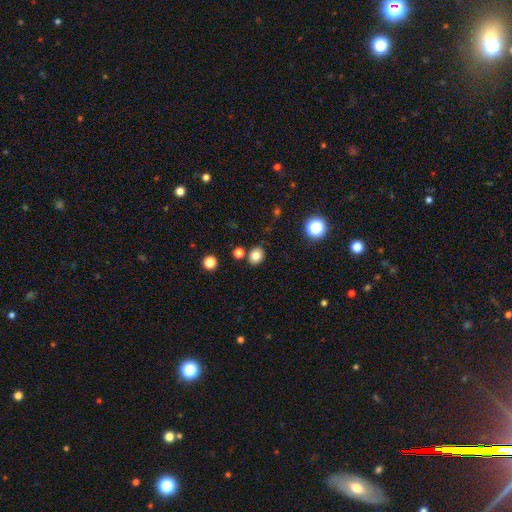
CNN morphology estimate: type=smooth (81%); roundness=round (55%); merging=none (82%).